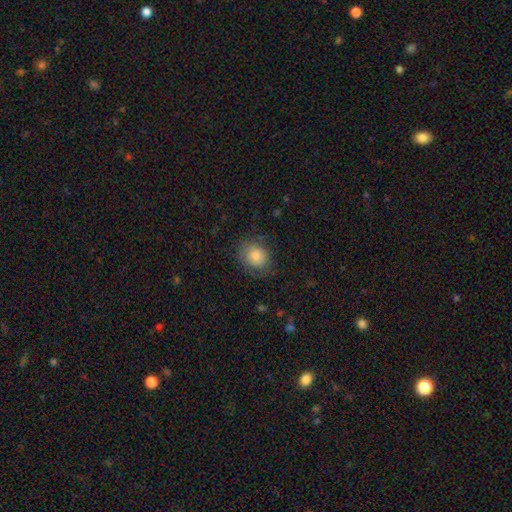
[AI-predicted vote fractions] Smooth or featured?
  - smooth: 81% *
  - featured or disk: 10%
  - star or artifact: 9%
How rounded?
  - round: 54% *
  - in between: 45%
  - cigar-shaped: 1%
Merging?
  - none: 75% *
  - minor disturbance: 18%
  - major disturbance: 6%
  - merger: 1%